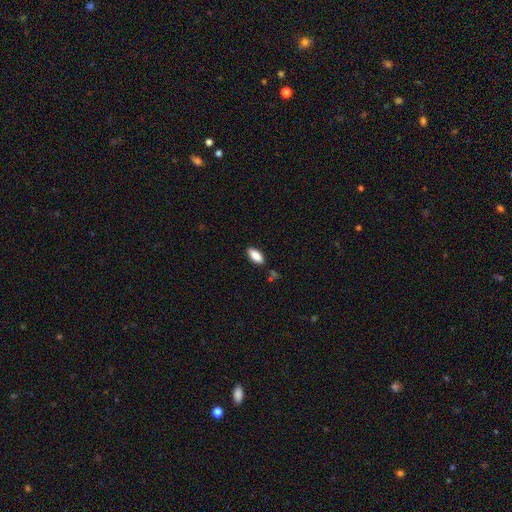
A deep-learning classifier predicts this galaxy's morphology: A smooth galaxy with no disk features (87%) that is in between round and cigar-shaped (85%).

Vote fractions:
- Smooth or featured? smooth: 87% / star or artifact: 7% / featured or disk: 6%
- How rounded? in between: 85% / cigar-shaped: 13% / round: 2%
- Merging? none: 83% / minor disturbance: 12% / merger: 3% / major disturbance: 2%